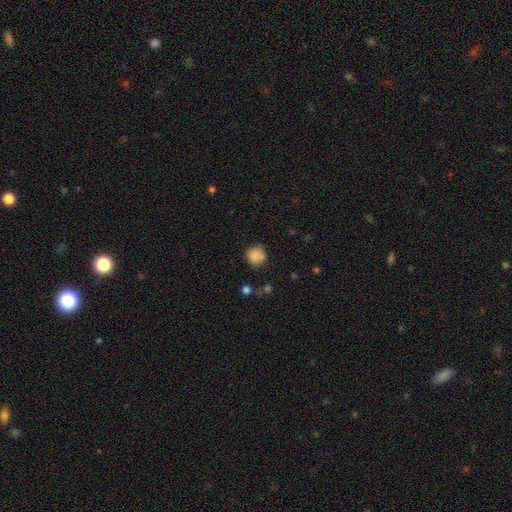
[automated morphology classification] Q: Smooth or featured?
A: smooth (84%); runner-up: star or artifact (10%)
Q: How rounded?
A: round (86%); runner-up: in between (13%)
Q: Merging?
A: none (68%); runner-up: minor disturbance (19%)